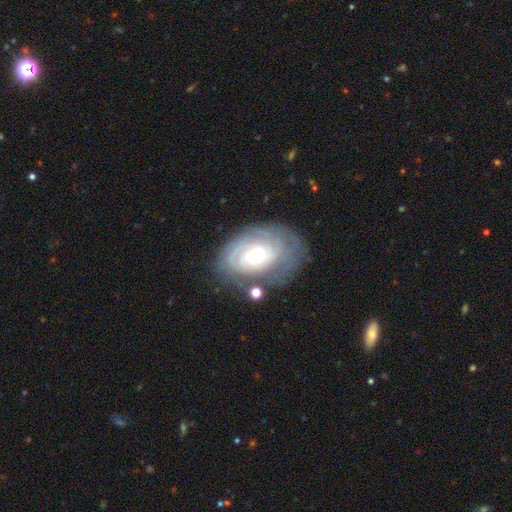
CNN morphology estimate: Smooth or featured?
  - featured or disk: 79% *
  - smooth: 15%
  - star or artifact: 6%
Edge-on disk?
  - no: 96% *
  - yes: 4%
Bar?
  - no: 67% *
  - weak: 27%
  - strong: 6%
Spiral arms?
  - yes: 92% *
  - no: 8%
Spiral winding?
  - tight: 75% *
  - medium: 20%
  - loose: 5%
Spiral arm count?
  - can't tell: 48% *
  - 2: 16%
  - 3: 13%
  - 4: 10%
  - more than 4: 6%
  - 1: 6%
Bulge size?
  - moderate: 47% *
  - small: 33%
  - large: 16%
  - none: 2%
  - dominant: 2%
Merging?
  - none: 67% *
  - minor disturbance: 20%
  - major disturbance: 10%
  - merger: 4%